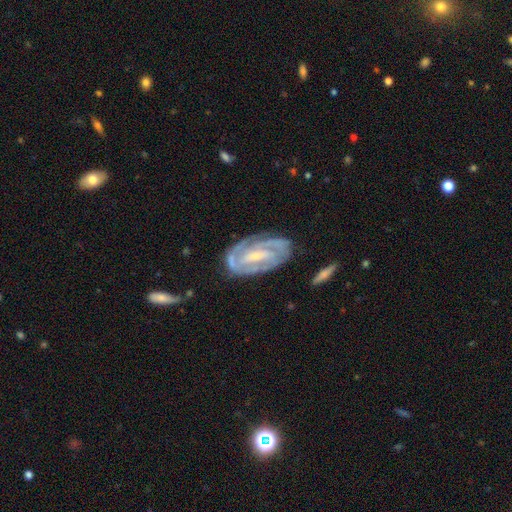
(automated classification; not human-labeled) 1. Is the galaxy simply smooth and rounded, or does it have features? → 86% featured or disk, 9% smooth, 6% star or artifact.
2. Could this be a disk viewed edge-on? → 95% no, 5% yes.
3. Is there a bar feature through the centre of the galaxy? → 41% weak, 37% strong, 22% no.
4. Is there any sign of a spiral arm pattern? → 95% yes, 5% no.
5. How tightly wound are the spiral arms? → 65% tight, 29% medium, 6% loose.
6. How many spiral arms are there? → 59% 2, 17% can't tell, 14% 3, 4% 4, 4% 1, 3% more than 4.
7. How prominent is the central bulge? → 58% small, 31% moderate, 8% none, 2% large, 1% dominant.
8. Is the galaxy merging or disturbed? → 74% none, 18% minor disturbance, 6% major disturbance, 2% merger.